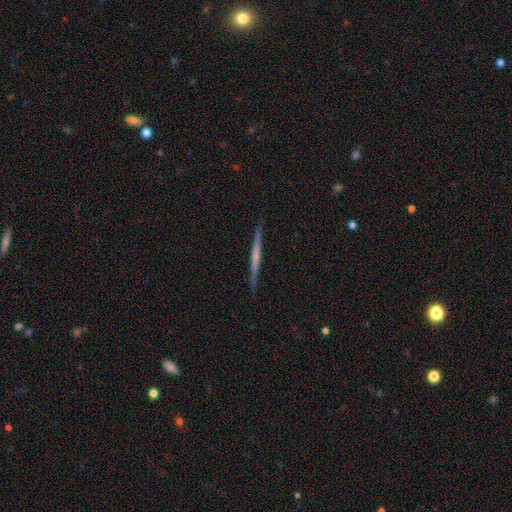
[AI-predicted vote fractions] This is likely a featured or disk galaxy (63%). It is clearly viewed edge-on (98%). Edge-on bulge: likely none (66%). Merging: clearly none (91%).